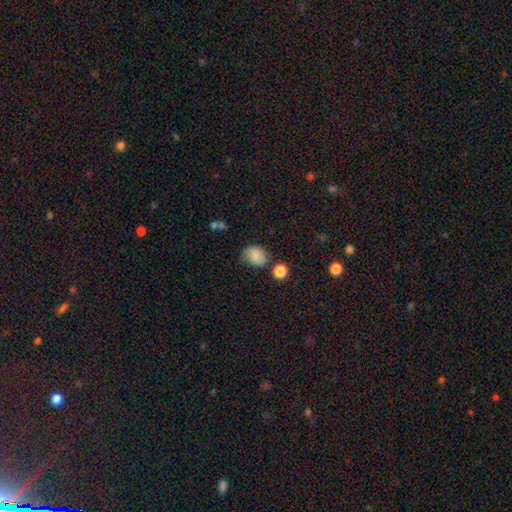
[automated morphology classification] smooth_or_featured: smooth (p=0.69) [alt: featured or disk p=0.20]
how_rounded: round (p=0.51) [alt: in between p=0.47]
merging: none (p=0.64) [alt: minor disturbance p=0.24]